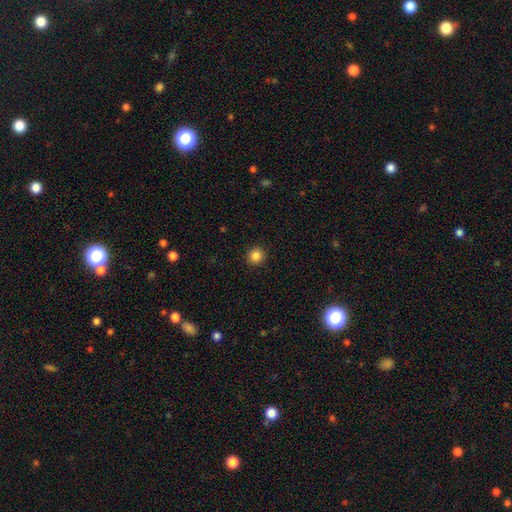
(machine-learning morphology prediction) type=smooth (86%); roundness=round (93%); merging=none (92%).